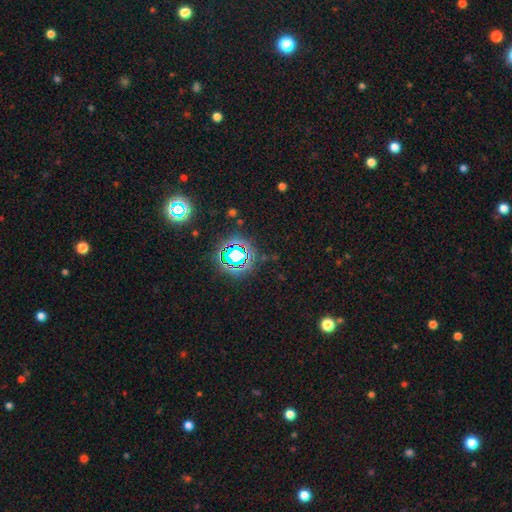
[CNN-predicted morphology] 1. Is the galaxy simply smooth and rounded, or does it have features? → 80% star or artifact, 13% smooth, 7% featured or disk.